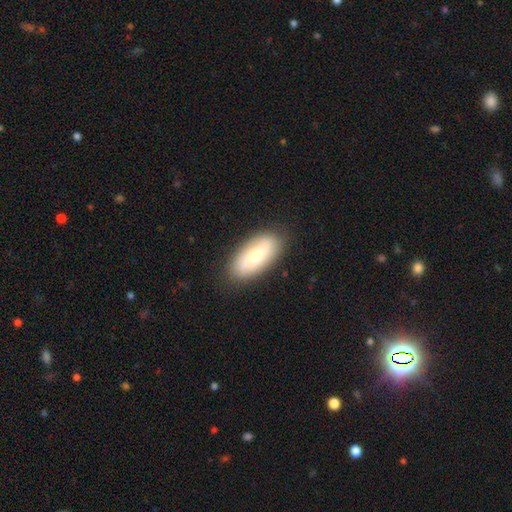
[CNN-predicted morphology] Smooth or featured? smooth (60%)
How rounded? in between (85%)
Merging? none (86%)